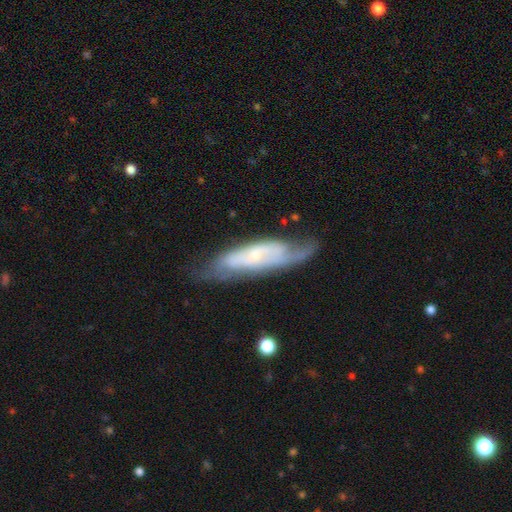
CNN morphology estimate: type=featured or disk (73%); edge-on=no (75%); bar=no (59%); spiral arms=yes (85%); bulge=small (72%); merging=none (59%).